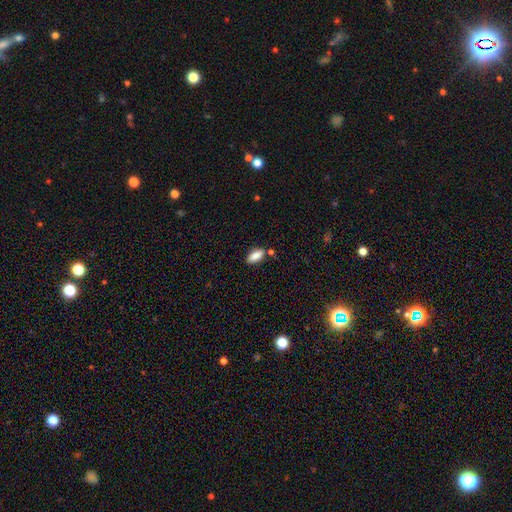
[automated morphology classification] The model was most divided on "merging": none: 74%, minor disturbance: 15%, merger: 8%, major disturbance: 3%. More confident: smooth or featured — smooth (86%); how rounded — in between (86%).